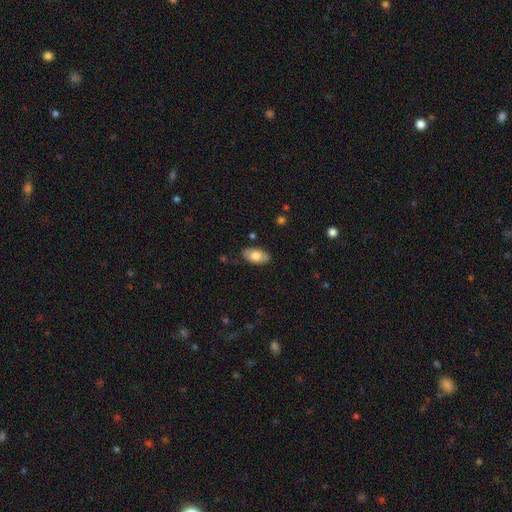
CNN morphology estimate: Smooth or featured? Predicted: smooth (p=0.74). How rounded? Predicted: in between (p=0.94). Merging? Predicted: none (p=0.83).